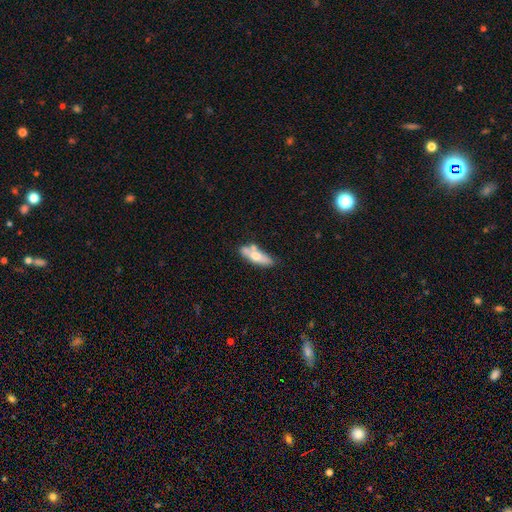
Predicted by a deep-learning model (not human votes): smooth-or-featured: smooth: 56% | featured or disk: 38% | star or artifact: 6%
  how-rounded: in between: 58% | cigar-shaped: 39% | round: 3%
  merging: none: 55% | merger: 22% | minor disturbance: 18% | major disturbance: 5%